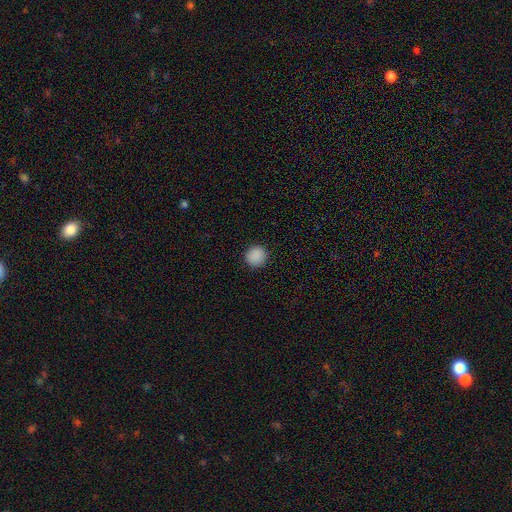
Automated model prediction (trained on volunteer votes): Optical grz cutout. It shows a smooth galaxy with no disk features (89%) that is round (94%). Merging: none (92%).